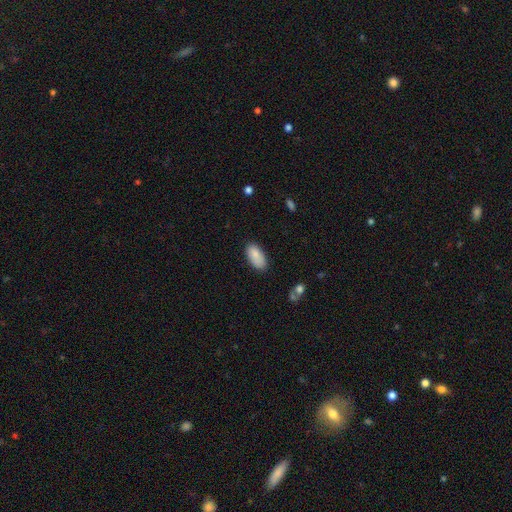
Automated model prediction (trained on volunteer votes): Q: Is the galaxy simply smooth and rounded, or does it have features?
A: smooth — 87%.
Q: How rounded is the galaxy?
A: in between — 92%.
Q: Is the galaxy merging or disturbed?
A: none — 81%.